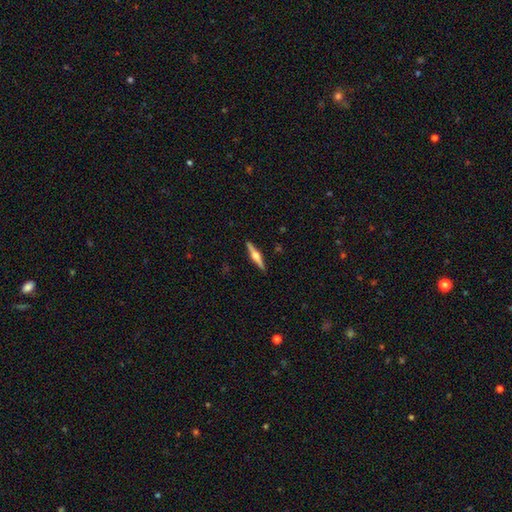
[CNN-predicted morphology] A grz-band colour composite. It shows a featured or disk galaxy (74%) viewed edge-on (98%) with a rounded central bulge (93%). Merging: none (91%).